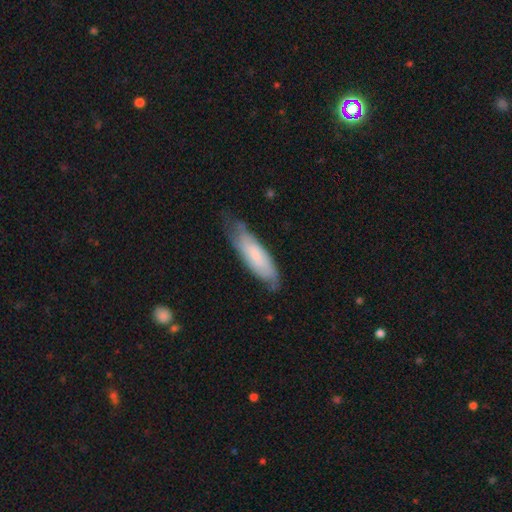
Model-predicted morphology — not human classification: The model was most divided on "how rounded": cigar-shaped: 51%, in between: 47%, round: 2%. More confident: merging — none (60%); smooth or featured — smooth (53%).